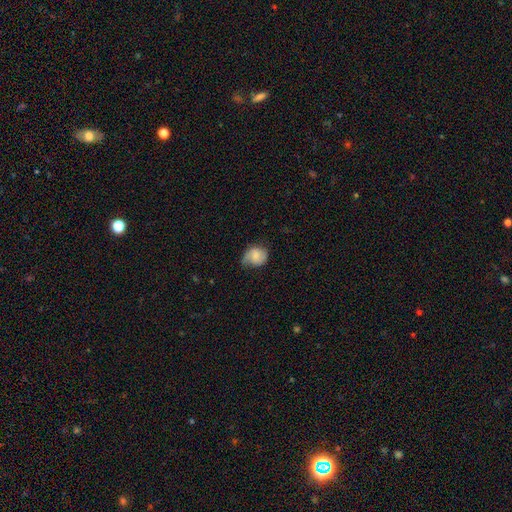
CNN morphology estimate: This appears to be a smooth galaxy with no disk features (69%) that is round (59%). Merging: none (48%).